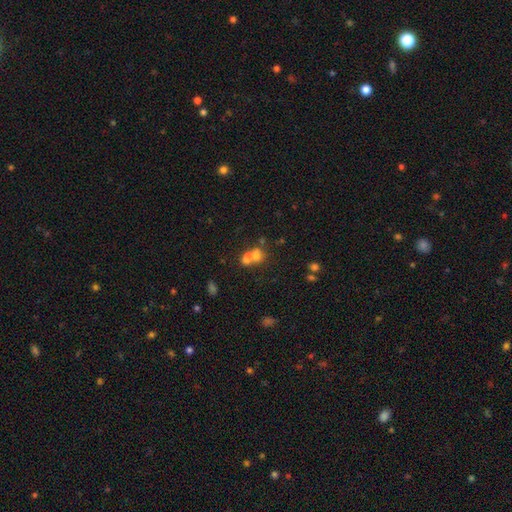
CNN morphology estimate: Q: Smooth or featured?
A: smooth (59%); runner-up: featured or disk (20%)
Q: How rounded?
A: round (69%); runner-up: in between (30%)
Q: Merging?
A: merger (59%); runner-up: none (31%)